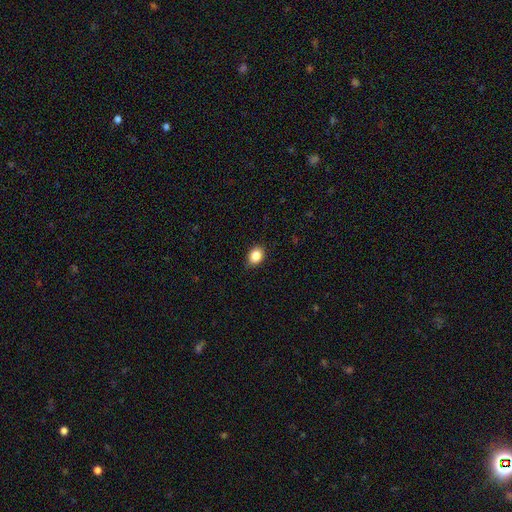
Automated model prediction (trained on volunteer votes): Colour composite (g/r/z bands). It shows a smooth galaxy with no disk features (86%) that is in between round and cigar-shaped (59%). Merging: none (82%).